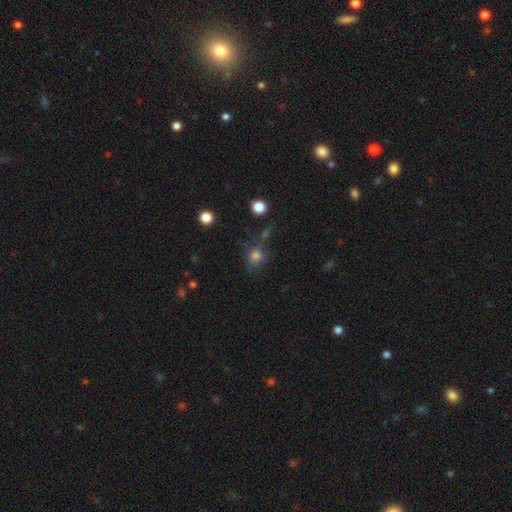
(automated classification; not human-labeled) Smooth or featured? Predicted: smooth (p=0.75). How rounded? Predicted: round (p=0.75). Merging? Predicted: none (p=0.65).